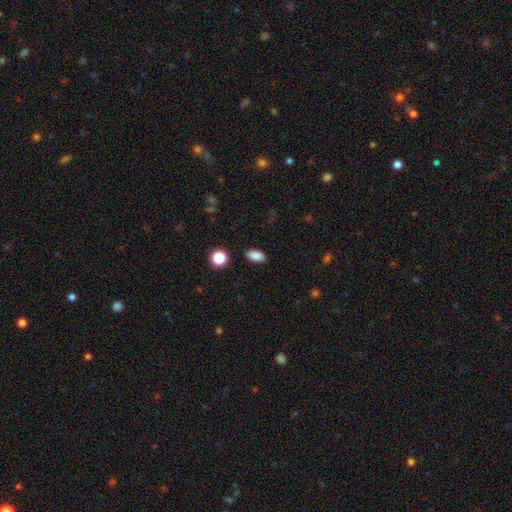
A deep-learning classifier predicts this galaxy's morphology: type=smooth (86%); roundness=in between (88%); merging=none (87%).